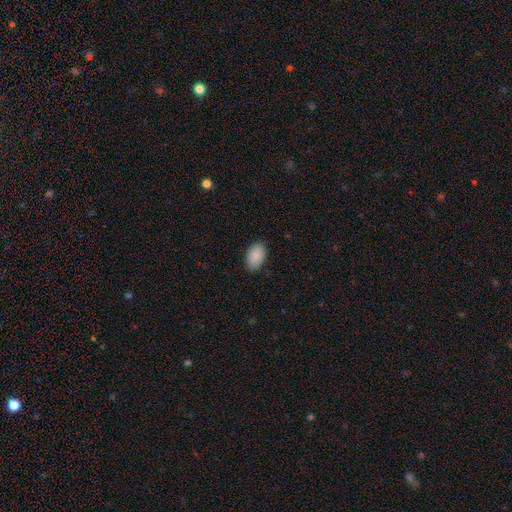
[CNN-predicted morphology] Smooth or featured?
  - smooth: 90% *
  - star or artifact: 7%
  - featured or disk: 3%
How rounded?
  - in between: 93% *
  - round: 6%
  - cigar-shaped: 1%
Merging?
  - none: 87% *
  - minor disturbance: 10%
  - major disturbance: 2%
  - merger: 1%